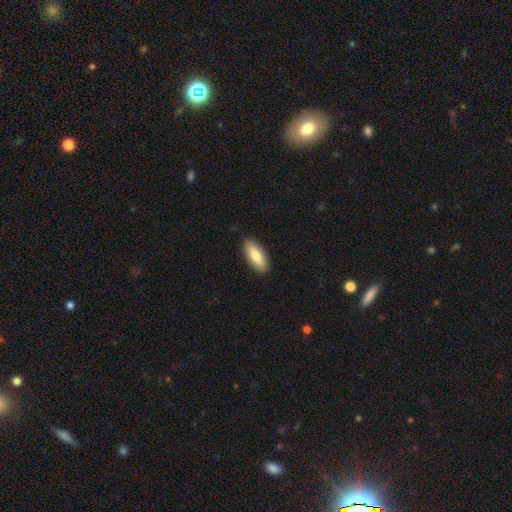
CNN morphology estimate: smooth 74%, featured or disk 20%, star or artifact 6%. Down the decision tree: how rounded — in between (72%); merging — none (89%).